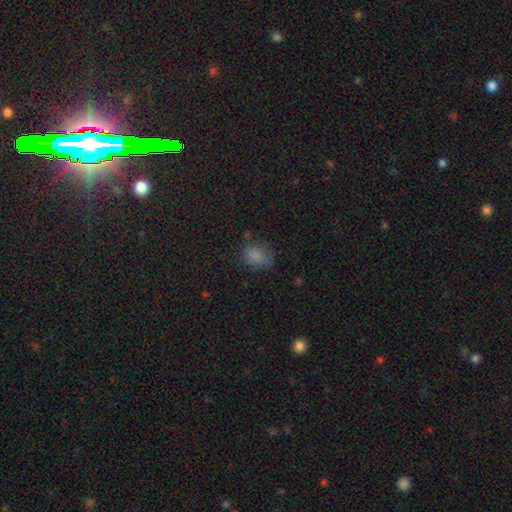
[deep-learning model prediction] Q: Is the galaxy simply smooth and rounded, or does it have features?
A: smooth — 80%.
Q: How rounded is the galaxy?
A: in between — 58%.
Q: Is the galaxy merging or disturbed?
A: none — 67%.